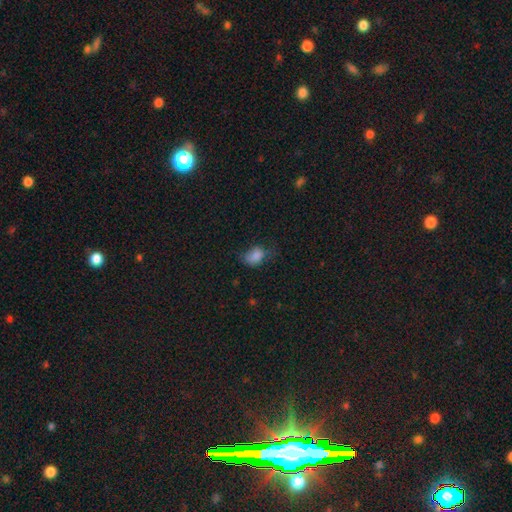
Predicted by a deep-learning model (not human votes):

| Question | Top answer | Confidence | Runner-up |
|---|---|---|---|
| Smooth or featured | smooth | 81% | star or artifact (11%) |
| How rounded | in between | 73% | round (26%) |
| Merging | none | 43% | minor disturbance (35%) |